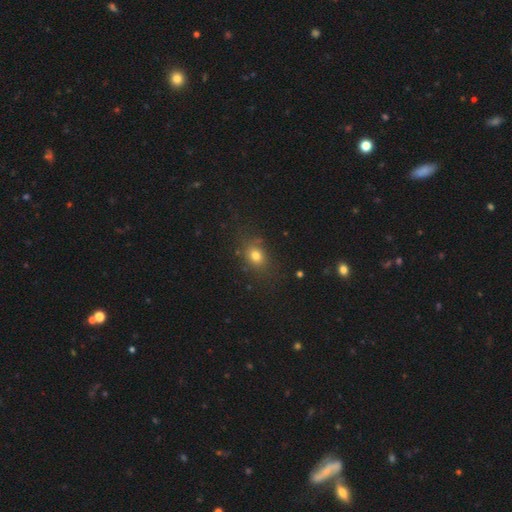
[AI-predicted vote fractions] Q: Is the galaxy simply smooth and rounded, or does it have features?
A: smooth — 75%.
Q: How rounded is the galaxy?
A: in between — 50%.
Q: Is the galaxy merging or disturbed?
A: none — 77%.